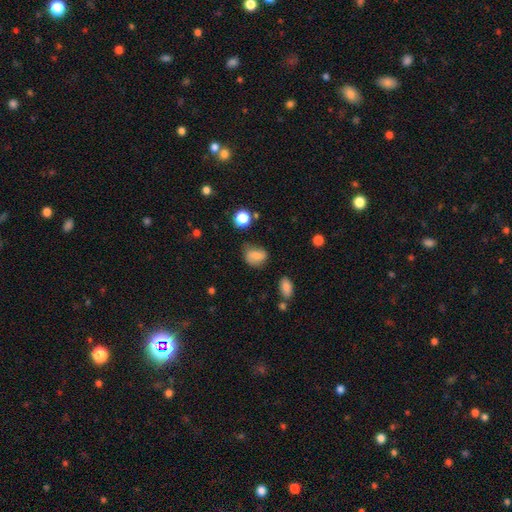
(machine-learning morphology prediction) smooth_or_featured: smooth (p=0.66) [alt: featured or disk p=0.22]
how_rounded: in between (p=0.59) [alt: round p=0.39]
merging: none (p=0.60) [alt: minor disturbance p=0.27]